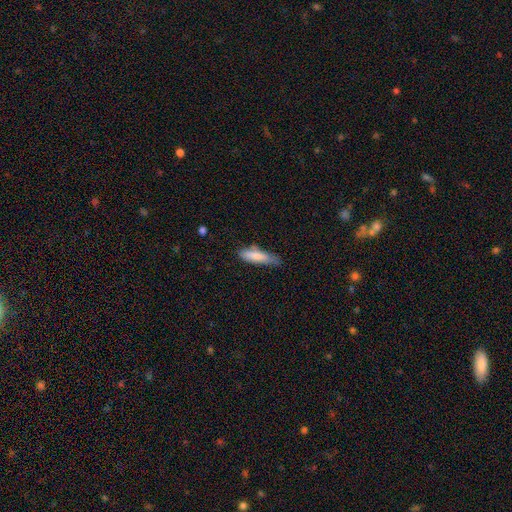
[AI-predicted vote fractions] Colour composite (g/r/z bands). It shows a smooth galaxy with no disk features (80%) that is cigar-shaped (64%). Merging: none (54%).